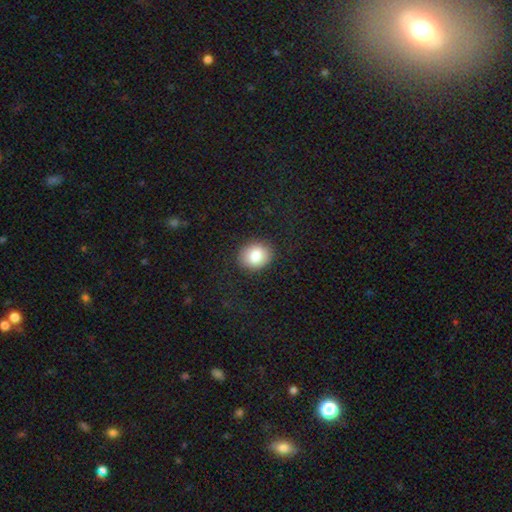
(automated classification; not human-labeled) smooth-or-featured: smooth: 84% | star or artifact: 8% | featured or disk: 8%
  how-rounded: round: 56% | in between: 43% | cigar-shaped: 1%
  merging: none: 87% | minor disturbance: 8% | major disturbance: 3% | merger: 1%